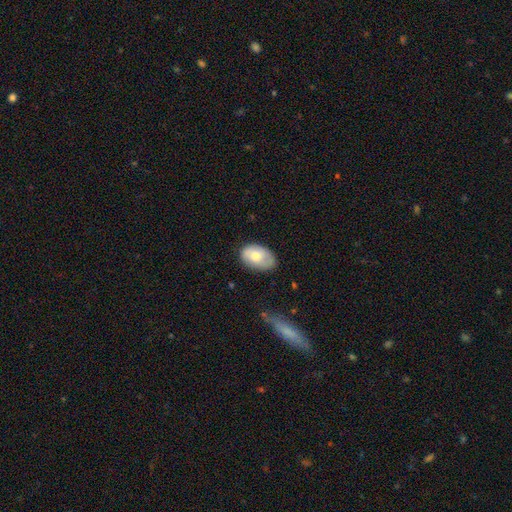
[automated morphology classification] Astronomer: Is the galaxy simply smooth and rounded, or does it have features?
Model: smooth — 66%.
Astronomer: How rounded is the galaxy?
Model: in between — 89%.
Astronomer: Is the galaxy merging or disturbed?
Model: none — 68%.